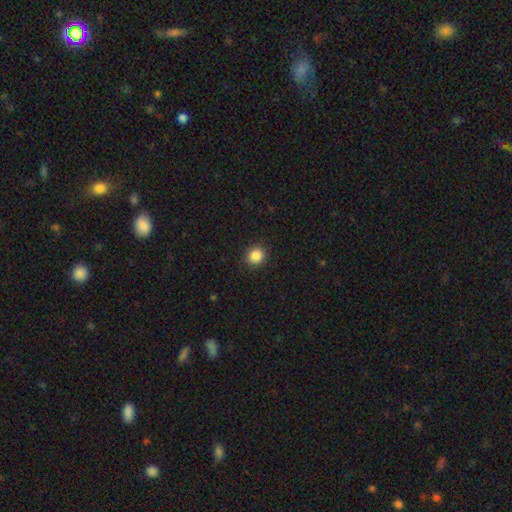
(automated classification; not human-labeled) smooth_or_featured: smooth (p=0.87) [alt: star or artifact p=0.10]
how_rounded: round (p=0.85) [alt: in between p=0.14]
merging: none (p=0.91) [alt: minor disturbance p=0.06]